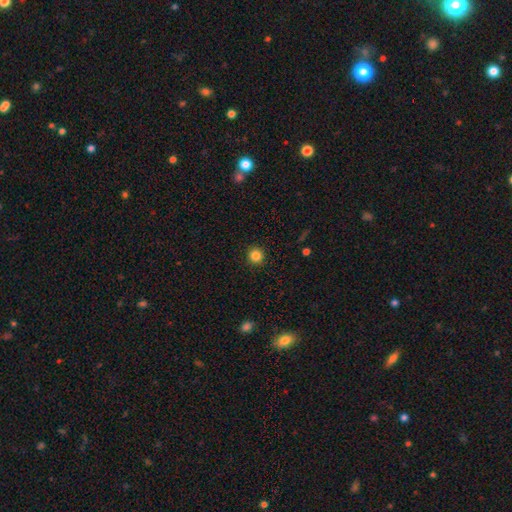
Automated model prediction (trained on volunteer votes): smooth 84%, star or artifact 12%, featured or disk 4%. Down the decision tree: how rounded — round (94%); merging — none (92%).